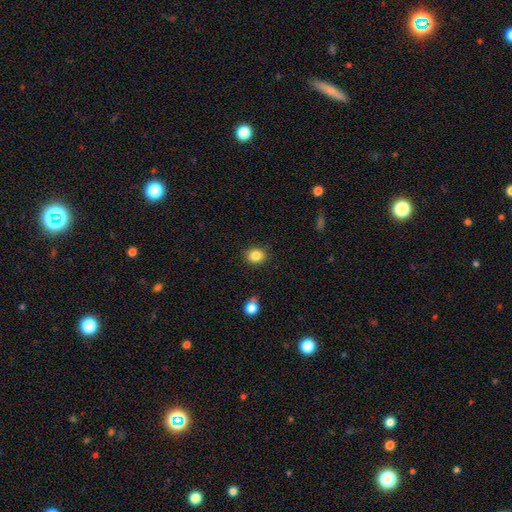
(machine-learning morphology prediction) A smooth galaxy with no disk features (85%) that is round (67%). Merging: none (86%).